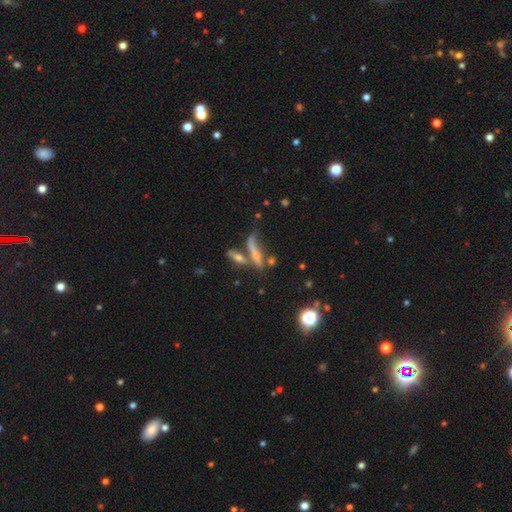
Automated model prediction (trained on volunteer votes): Smooth or featured?
  - smooth: 50% *
  - featured or disk: 34%
  - star or artifact: 16%
How rounded?
  - cigar-shaped: 79% *
  - in between: 16%
  - round: 6%
Merging?
  - none: 44% *
  - merger: 32%
  - minor disturbance: 14%
  - major disturbance: 10%